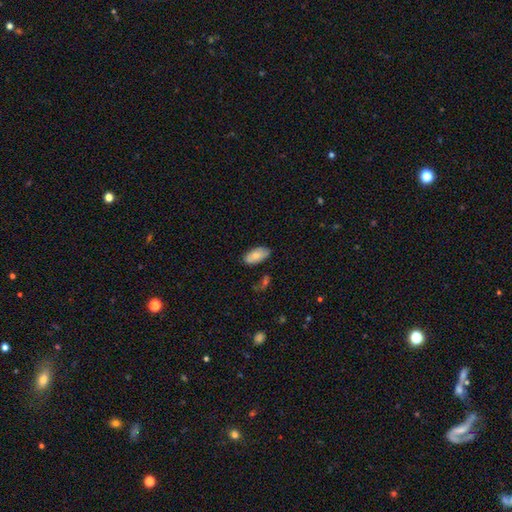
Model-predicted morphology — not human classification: This appears to be a smooth galaxy with no disk features (77%) that is in between round and cigar-shaped (93%). Merging: none (78%).